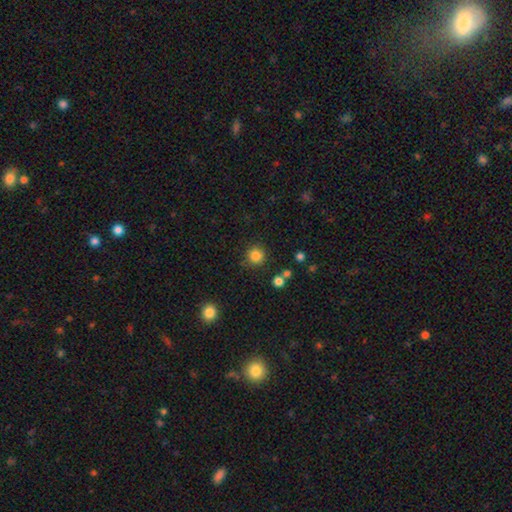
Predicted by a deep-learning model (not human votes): Smooth or featured: smooth — 84% (star or artifact — 11%)
How rounded: round — 94% (in between — 5%)
Merging: none — 86% (minor disturbance — 7%)